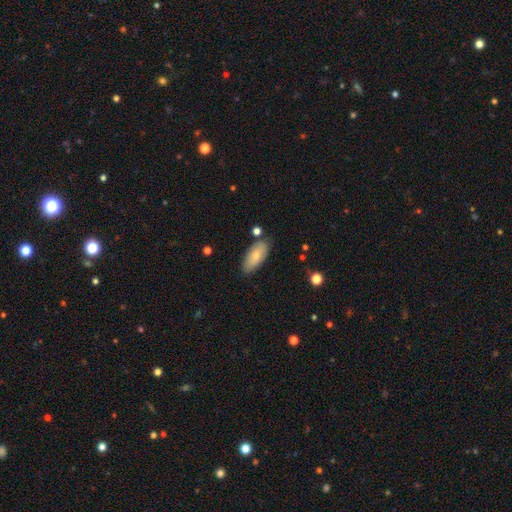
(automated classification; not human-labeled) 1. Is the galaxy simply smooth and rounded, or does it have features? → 79% smooth, 15% featured or disk, 6% star or artifact.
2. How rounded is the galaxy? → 86% in between, 12% cigar-shaped, 2% round.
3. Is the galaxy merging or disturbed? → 79% none, 14% minor disturbance, 3% merger, 3% major disturbance.